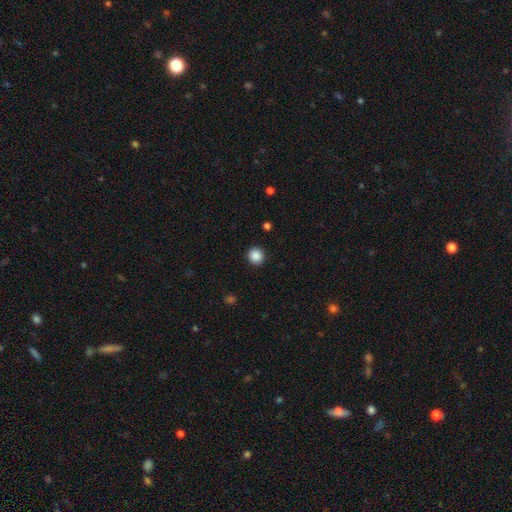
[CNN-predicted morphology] Overall: smooth (88%). How rounded: round (90%). Merging: none (92%).